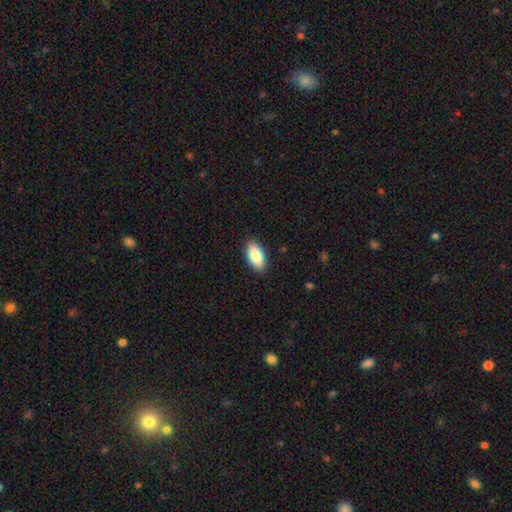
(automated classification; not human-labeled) Smooth or featured?
  - smooth: 86% *
  - featured or disk: 8%
  - star or artifact: 6%
How rounded?
  - in between: 92% *
  - cigar-shaped: 6%
  - round: 3%
Merging?
  - none: 89% *
  - minor disturbance: 8%
  - major disturbance: 2%
  - merger: 1%